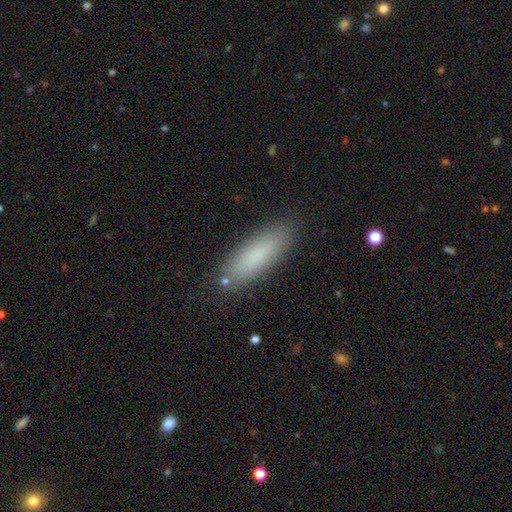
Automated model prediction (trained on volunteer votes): The model was most divided on "how rounded": cigar-shaped: 50%, in between: 48%, round: 2%. More confident: merging — none (85%); smooth or featured — smooth (83%).